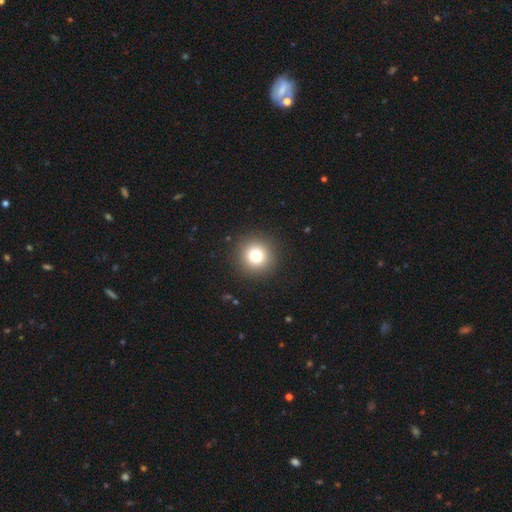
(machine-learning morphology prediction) Overall: smooth (78%). How rounded: round (95%). Merging: none (91%).